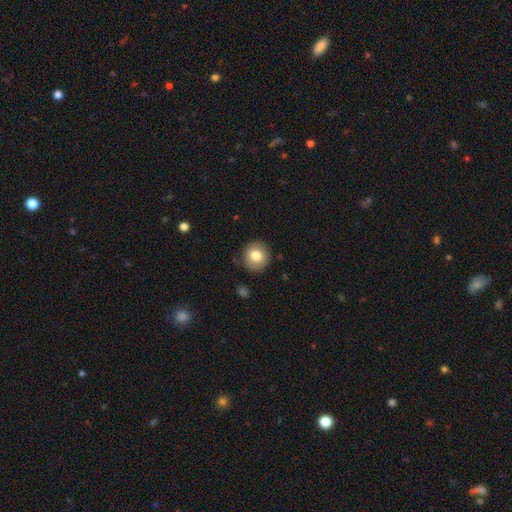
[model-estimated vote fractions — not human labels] The model was most divided on "smooth or featured": smooth: 80%, featured or disk: 11%, star or artifact: 9%. More confident: how rounded — round (92%); merging — none (86%).